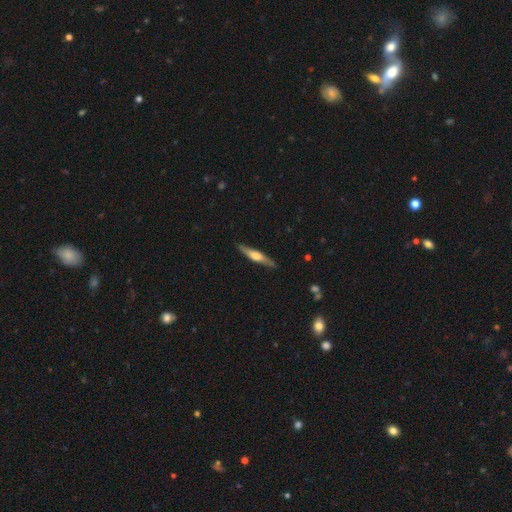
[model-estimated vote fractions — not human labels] smooth_or_featured: featured or disk (p=0.62) [alt: smooth p=0.32]
disk_edge_on: yes (p=0.95) [alt: no p=0.05]
edge_on_bulge: rounded (p=0.80) [alt: boxy p=0.15]
merging: none (p=0.87) [alt: minor disturbance p=0.10]